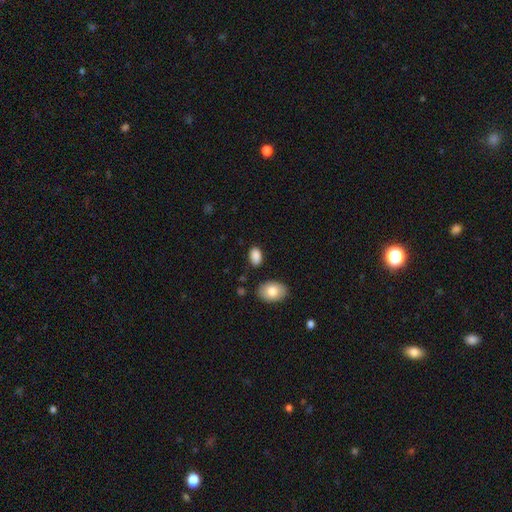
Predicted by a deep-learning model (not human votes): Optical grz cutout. It shows a smooth galaxy with no disk features (88%) that is in between round and cigar-shaped (90%). Merging: none (80%).